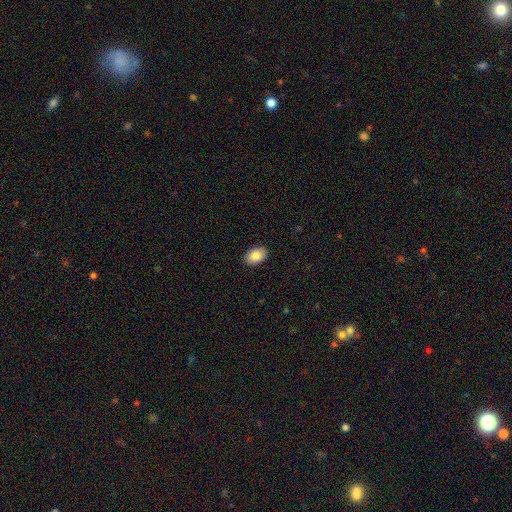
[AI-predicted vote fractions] This appears to be a smooth galaxy with no disk features (88%) that is in between round and cigar-shaped (87%). Merging: none (90%).